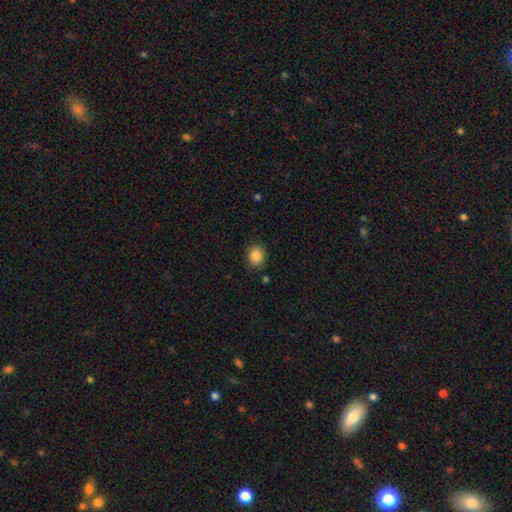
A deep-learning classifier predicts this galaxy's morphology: Smooth or featured? Predicted: smooth (p=0.86). How rounded? Predicted: round (p=0.70). Merging? Predicted: none (p=0.87).